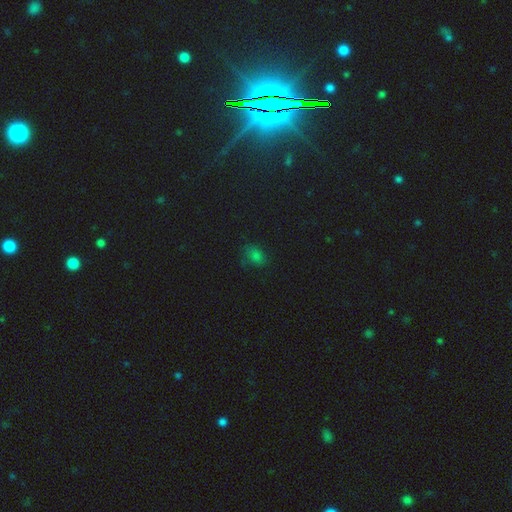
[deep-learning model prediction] Smooth or featured: smooth — 61% (star or artifact — 30%)
How rounded: in between — 64% (round — 34%)
Merging: none — 65% (minor disturbance — 23%)